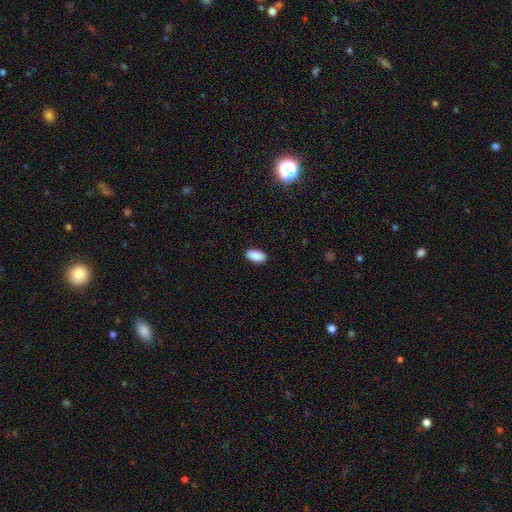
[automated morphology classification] Overall: smooth (90%). How rounded: in between (93%). Merging: none (89%).